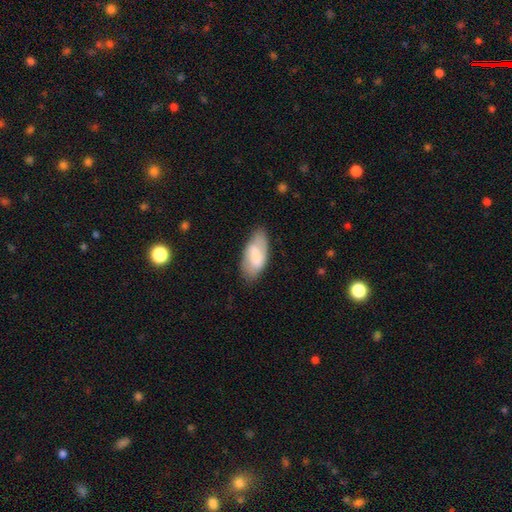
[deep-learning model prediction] A smooth galaxy with no disk features (65%) that is in between round and cigar-shaped (92%).

Vote fractions:
- Smooth or featured? smooth: 65% / featured or disk: 29% / star or artifact: 6%
- How rounded? in between: 92% / cigar-shaped: 6% / round: 2%
- Merging? none: 73% / minor disturbance: 21% / major disturbance: 5% / merger: 2%